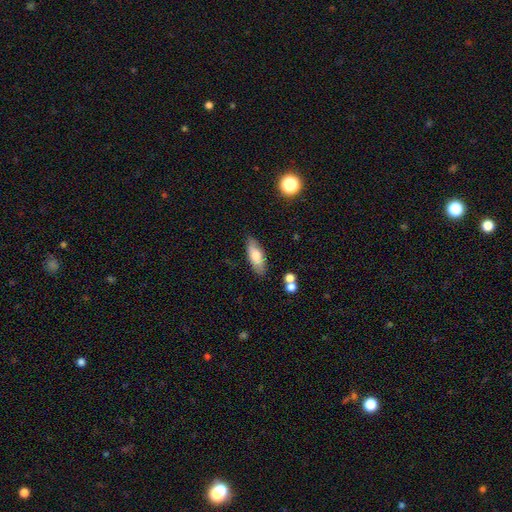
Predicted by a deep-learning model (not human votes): A smooth galaxy with no disk features (72%) that is in between round and cigar-shaped (68%).

Vote fractions:
- Smooth or featured? smooth: 72% / featured or disk: 21% / star or artifact: 7%
- How rounded? in between: 68% / cigar-shaped: 30% / round: 2%
- Merging? none: 82% / minor disturbance: 13% / merger: 3% / major disturbance: 3%